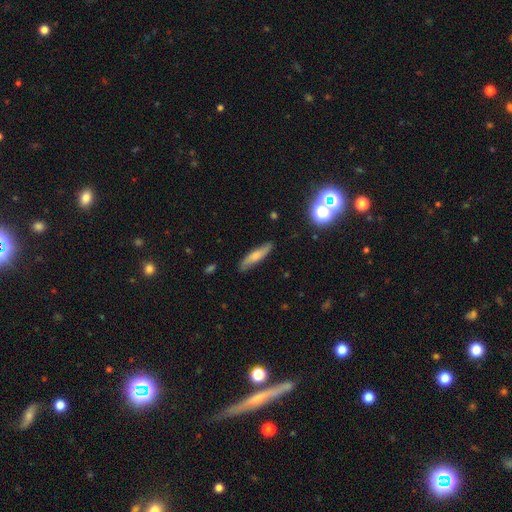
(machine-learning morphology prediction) The model was most divided on "smooth or featured": smooth: 63%, featured or disk: 31%, star or artifact: 6%. More confident: merging — none (82%); how rounded — cigar-shaped (81%).